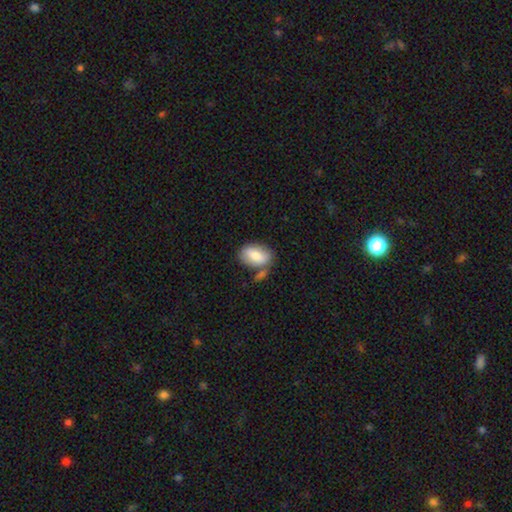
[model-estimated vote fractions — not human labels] This appears to be a smooth galaxy with no disk features (78%) that is in between round and cigar-shaped (89%). Merging: none (57%).